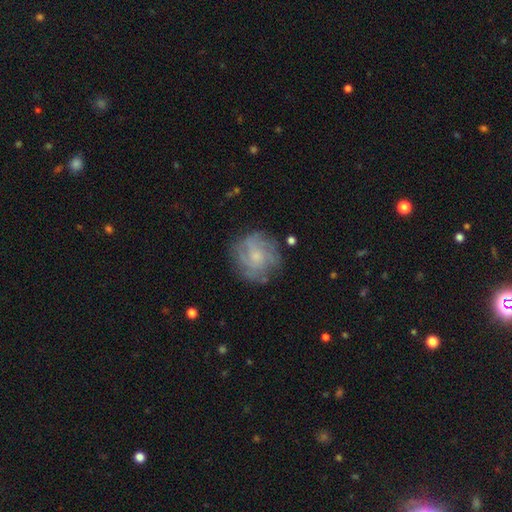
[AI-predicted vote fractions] smooth_or_featured: featured or disk (p=0.60) [alt: smooth p=0.31]
disk_edge_on: no (p=0.97) [alt: yes p=0.03]
bar: no (p=0.77) [alt: weak p=0.21]
has_spiral_arms: yes (p=0.75) [alt: no p=0.25]
bulge_size: small (p=0.55) [alt: moderate p=0.33]
merging: none (p=0.74) [alt: minor disturbance p=0.17]